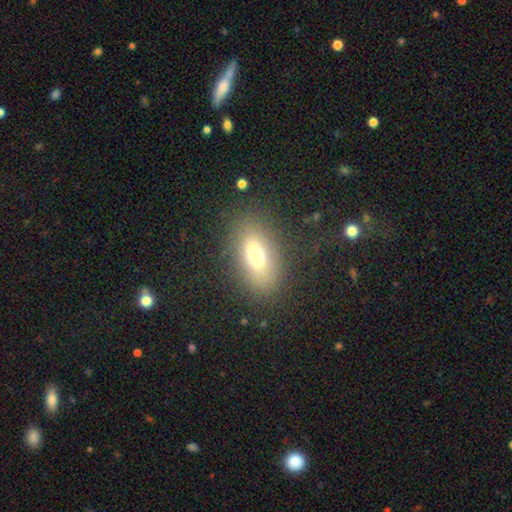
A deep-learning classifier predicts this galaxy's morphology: A smooth galaxy with no disk features (68%) that is in between round and cigar-shaped (82%).

Vote fractions:
- Smooth or featured? smooth: 68% / featured or disk: 18% / star or artifact: 14%
- How rounded? in between: 82% / round: 13% / cigar-shaped: 5%
- Merging? none: 82% / minor disturbance: 10% / major disturbance: 6% / merger: 1%